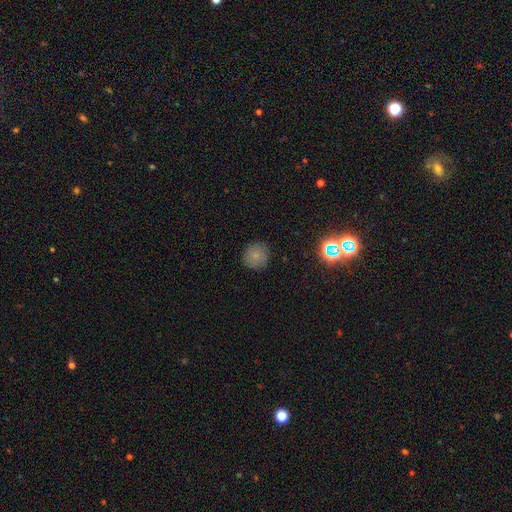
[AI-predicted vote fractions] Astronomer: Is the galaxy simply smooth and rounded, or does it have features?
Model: smooth — 80%.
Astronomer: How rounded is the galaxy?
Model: round — 93%.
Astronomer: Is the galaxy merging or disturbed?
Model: none — 87%.